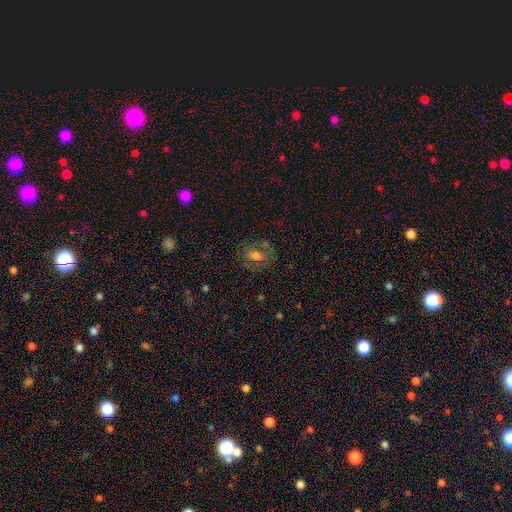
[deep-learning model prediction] The model was most divided on "smooth or featured": smooth: 52%, featured or disk: 33%, star or artifact: 15%. More confident: how rounded — in between (67%); merging — none (66%).